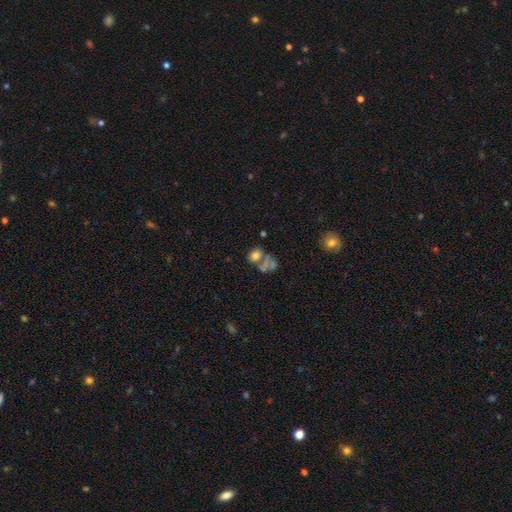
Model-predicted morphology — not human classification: This appears to be a smooth galaxy with no disk features (62%) that is in between round and cigar-shaped (61%). Merging: merger (47%).